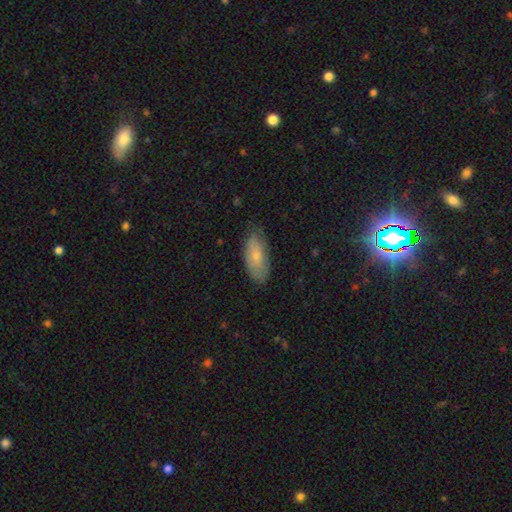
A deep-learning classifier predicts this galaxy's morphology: Overall: smooth (69%). How rounded: in between (88%). Merging: none (74%).